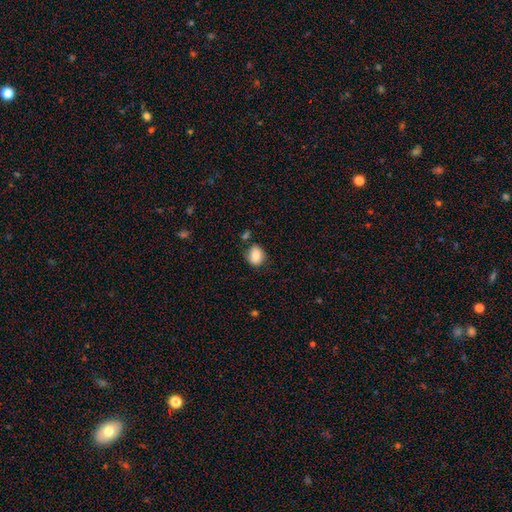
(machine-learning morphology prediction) smooth-or-featured: smooth: 82% | featured or disk: 9% | star or artifact: 9%
  how-rounded: round: 61% | in between: 38% | cigar-shaped: 1%
  merging: none: 74% | minor disturbance: 17% | merger: 6% | major disturbance: 4%